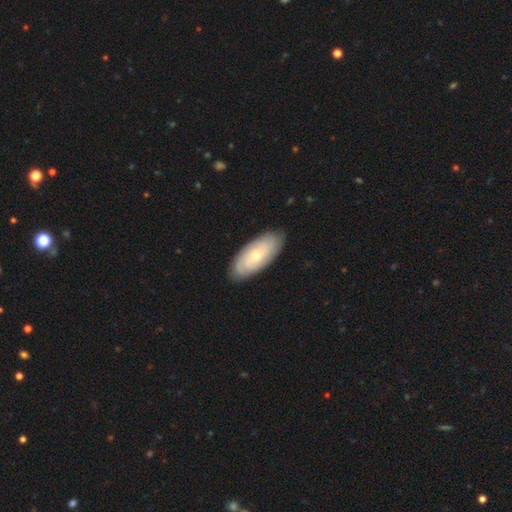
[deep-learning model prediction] A featured or disk galaxy (53%).

Vote fractions:
- Smooth or featured? featured or disk: 53% / smooth: 42% / star or artifact: 6%
- Edge-on disk? no: 88% / yes: 12%
- Merging? none: 85% / minor disturbance: 12% / major disturbance: 2% / merger: 1%